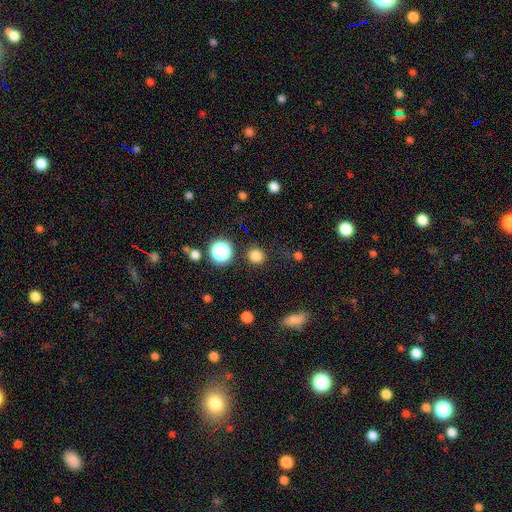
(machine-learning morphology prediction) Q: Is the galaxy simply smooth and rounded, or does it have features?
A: smooth — 81%.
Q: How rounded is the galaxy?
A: round — 93%.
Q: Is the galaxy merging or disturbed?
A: none — 88%.